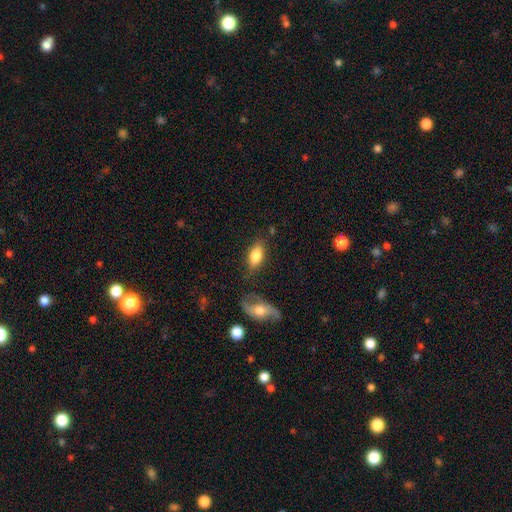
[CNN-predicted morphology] Smooth or featured? Predicted: smooth (p=0.76). How rounded? Predicted: in between (p=0.85). Merging? Predicted: none (p=0.74).